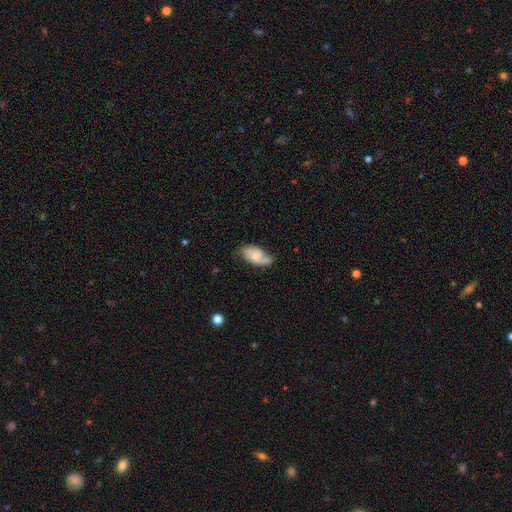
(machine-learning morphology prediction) smooth_or_featured: smooth (p=0.48) [alt: featured or disk p=0.44]
merging: none (p=0.59) [alt: minor disturbance p=0.29]